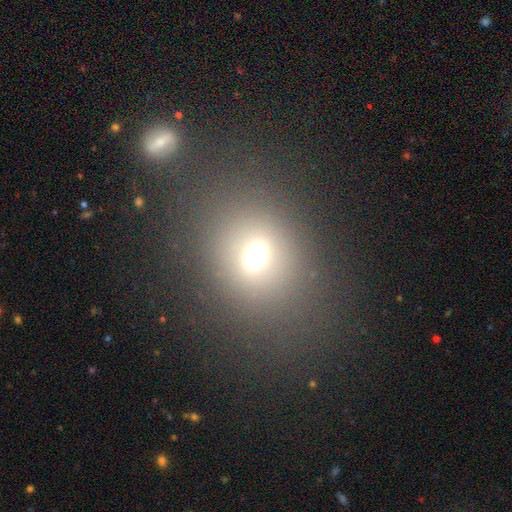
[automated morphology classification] A smooth galaxy with no disk features (65%) that is round (59%).

Vote fractions:
- Smooth or featured? smooth: 65% / star or artifact: 23% / featured or disk: 12%
- How rounded? round: 59% / in between: 39% / cigar-shaped: 2%
- Merging? none: 74% / minor disturbance: 11% / major disturbance: 8% / merger: 6%